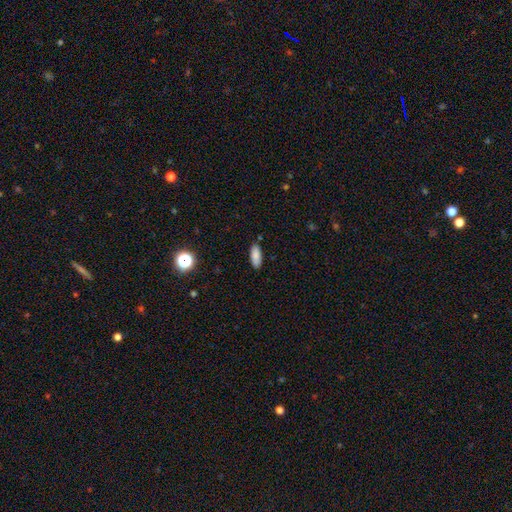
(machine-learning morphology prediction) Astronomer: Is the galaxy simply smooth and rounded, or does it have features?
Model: smooth — 85%.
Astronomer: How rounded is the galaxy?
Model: in between — 79%.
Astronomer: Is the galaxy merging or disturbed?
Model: none — 87%.